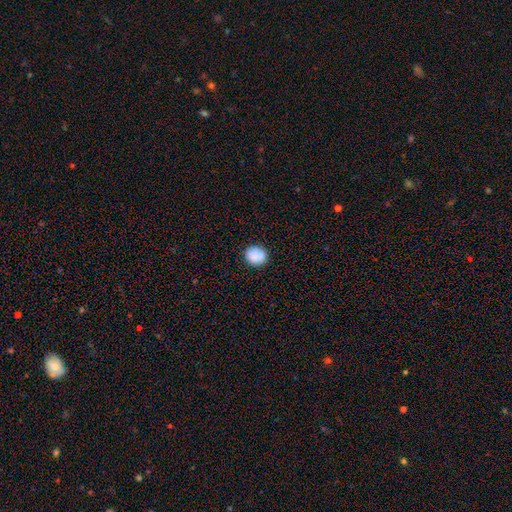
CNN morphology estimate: smooth_or_featured: smooth (p=0.89) [alt: star or artifact p=0.08]
how_rounded: round (p=0.74) [alt: in between p=0.25]
merging: none (p=0.88) [alt: minor disturbance p=0.09]